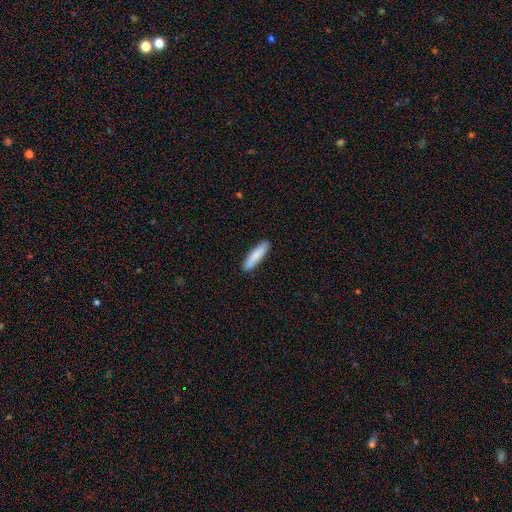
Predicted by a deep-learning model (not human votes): smooth 84%, featured or disk 11%, star or artifact 5%. Down the decision tree: how rounded — cigar-shaped (80%); merging — none (89%).